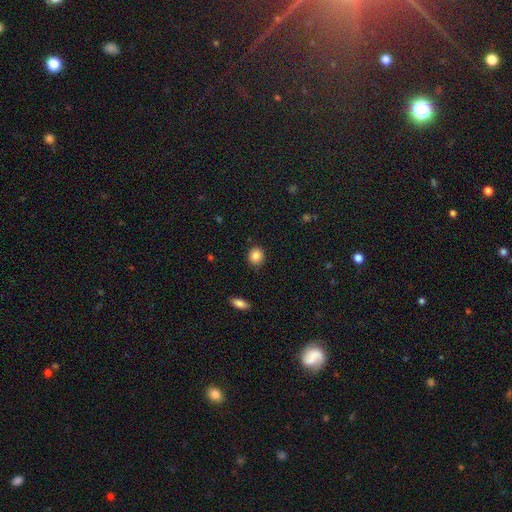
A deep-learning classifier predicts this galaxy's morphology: Smooth or featured? Predicted: smooth (p=0.86). How rounded? Predicted: round (p=0.81). Merging? Predicted: none (p=0.87).